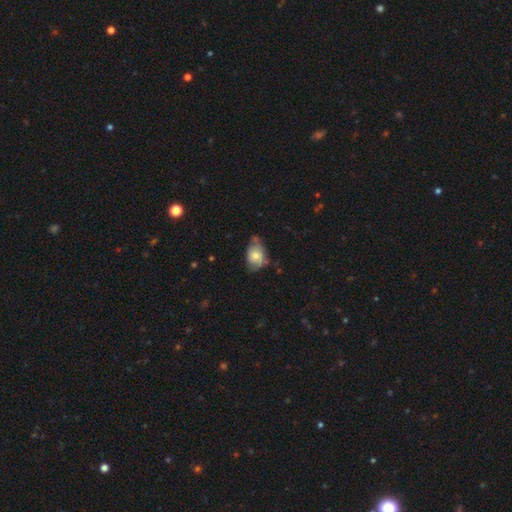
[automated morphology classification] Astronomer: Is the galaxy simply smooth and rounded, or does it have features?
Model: smooth — 71%.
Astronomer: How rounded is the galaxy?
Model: in between — 71%.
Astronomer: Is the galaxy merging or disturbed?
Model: none — 50% (runner-up: minor disturbance, 34%).